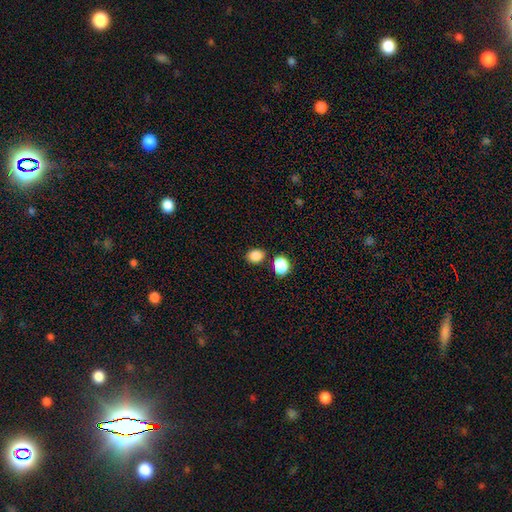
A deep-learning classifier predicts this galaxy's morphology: Overall: smooth (85%). How rounded: in between (52%; round 47%). Merging: none (78%).